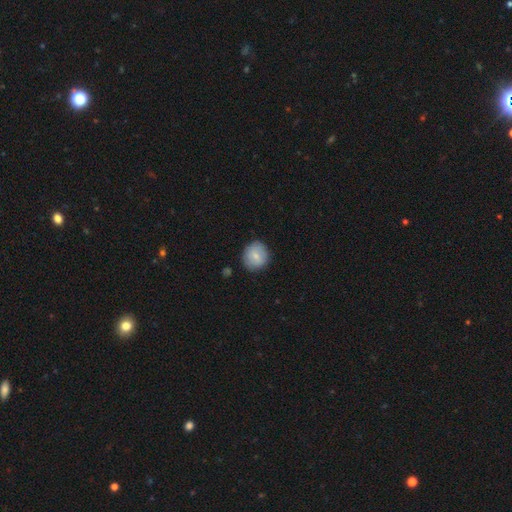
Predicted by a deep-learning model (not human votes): smooth_or_featured: smooth (p=0.77) [alt: featured or disk p=0.16]
how_rounded: round (p=0.82) [alt: in between p=0.17]
merging: none (p=0.83) [alt: minor disturbance p=0.13]